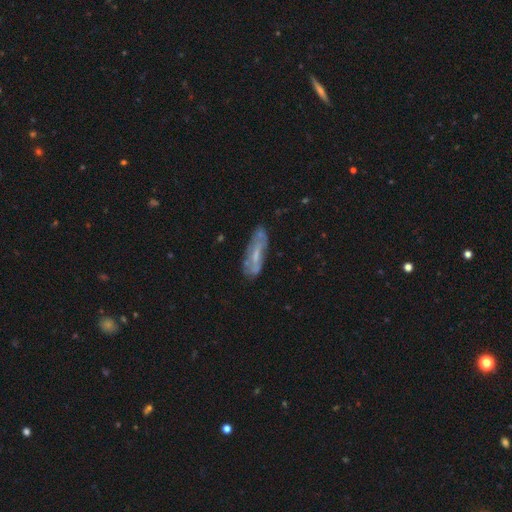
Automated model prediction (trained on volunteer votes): smooth_or_featured: featured or disk (p=0.54) [alt: smooth p=0.38]
disk_edge_on: no (p=0.73) [alt: yes p=0.27]
merging: none (p=0.66) [alt: minor disturbance p=0.22]